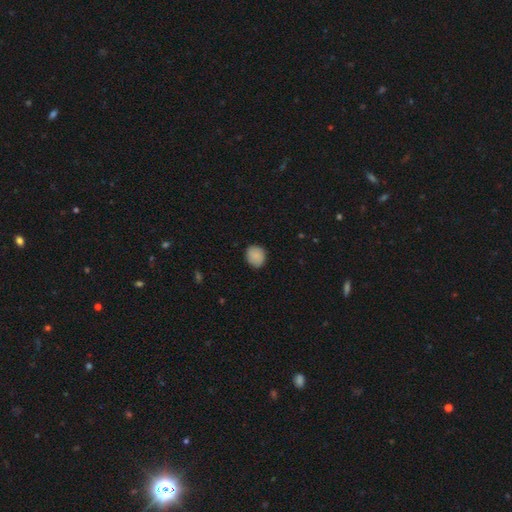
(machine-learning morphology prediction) Smooth or featured? Predicted: smooth (p=0.87). How rounded? Predicted: round (p=0.72). Merging? Predicted: none (p=0.85).